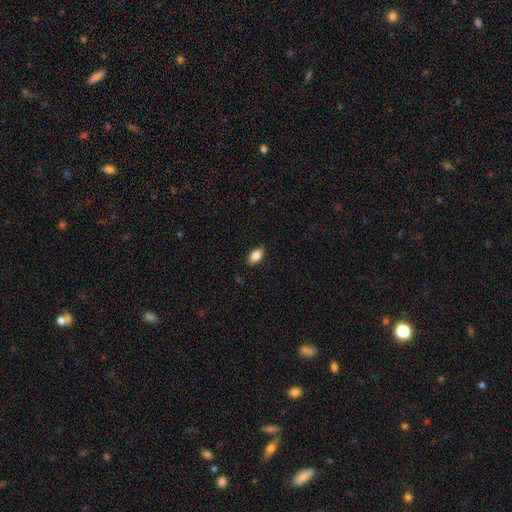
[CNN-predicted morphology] Smooth or featured? smooth (86%)
How rounded? in between (91%)
Merging? none (86%)